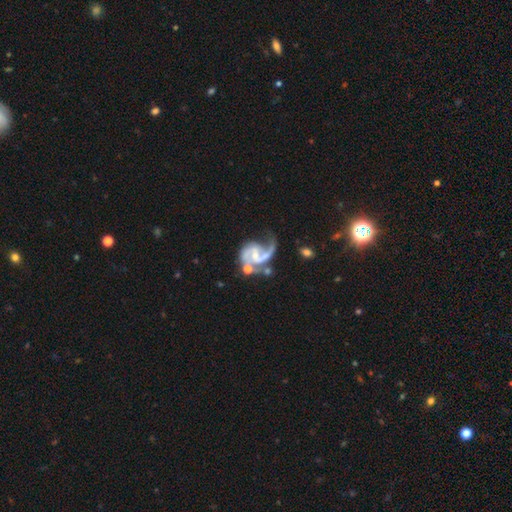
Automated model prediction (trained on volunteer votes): Morphology: type=featured or disk (89%); edge-on=no (98%); bar=weak (46%); spiral arms=yes (96%); winding=medium (50%); arm count=2 (73%); bulge=small (60%); merging=none (33%).